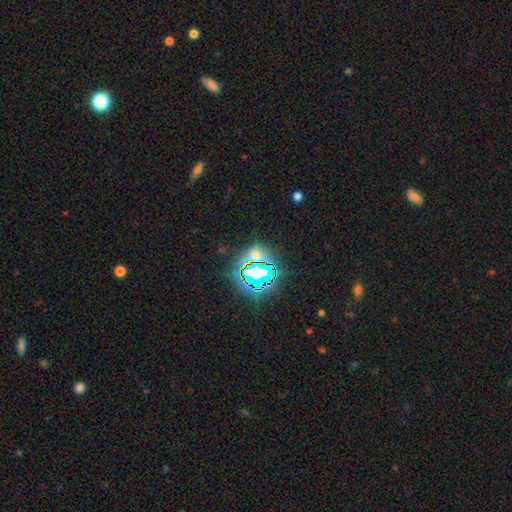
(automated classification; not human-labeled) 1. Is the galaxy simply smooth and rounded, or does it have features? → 68% star or artifact, 21% smooth, 10% featured or disk.